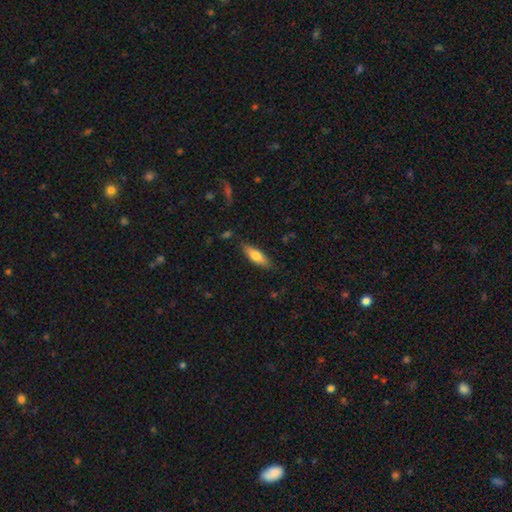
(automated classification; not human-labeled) Morphology: type=smooth (70%); roundness=in between (49%, tied with cigar-shaped); merging=none (83%).